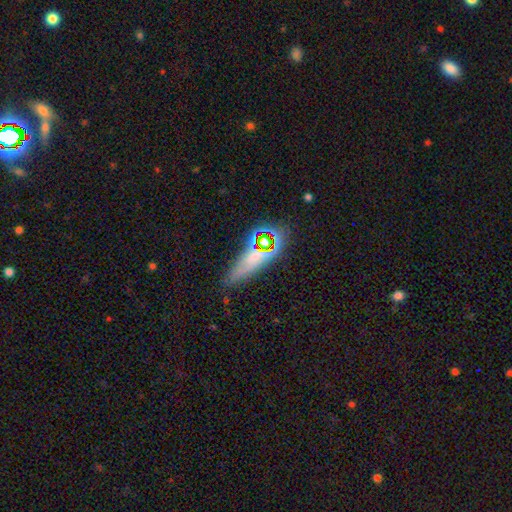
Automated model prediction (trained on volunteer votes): Overall: smooth (53%; star or artifact 28%). How rounded: cigar-shaped (49%; in between 40%). Merging: none (69%).